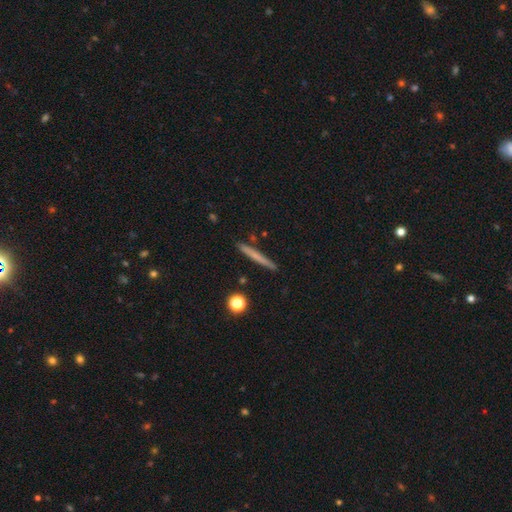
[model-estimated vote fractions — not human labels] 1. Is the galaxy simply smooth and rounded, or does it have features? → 60% smooth, 33% featured or disk, 7% star or artifact.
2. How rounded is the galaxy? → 96% cigar-shaped, 2% in between, 2% round.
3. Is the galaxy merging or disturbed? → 90% none, 7% minor disturbance, 2% merger, 2% major disturbance.